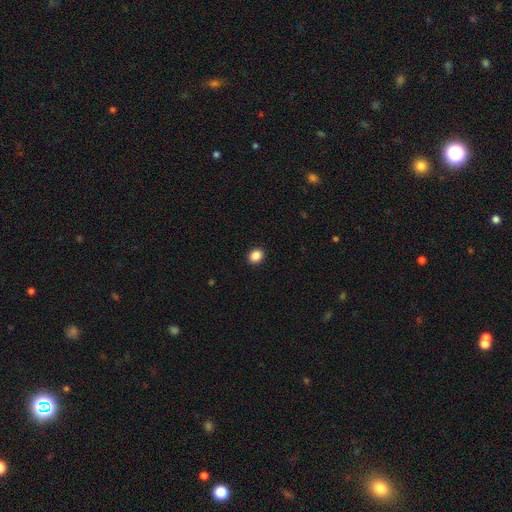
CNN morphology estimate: Smooth or featured? Predicted: smooth (p=0.88). How rounded? Predicted: round (p=0.63). Merging? Predicted: none (p=0.92).